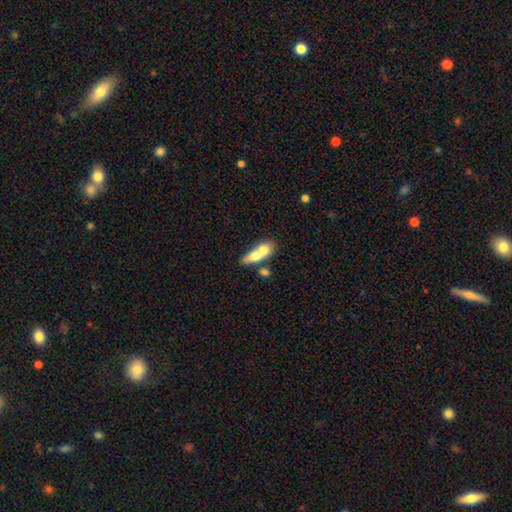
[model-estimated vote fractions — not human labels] smooth-or-featured: smooth: 64% | featured or disk: 28% | star or artifact: 7%
  how-rounded: in between: 60% | cigar-shaped: 23% | round: 18%
  merging: merger: 65% | none: 22% | minor disturbance: 8% | major disturbance: 5%